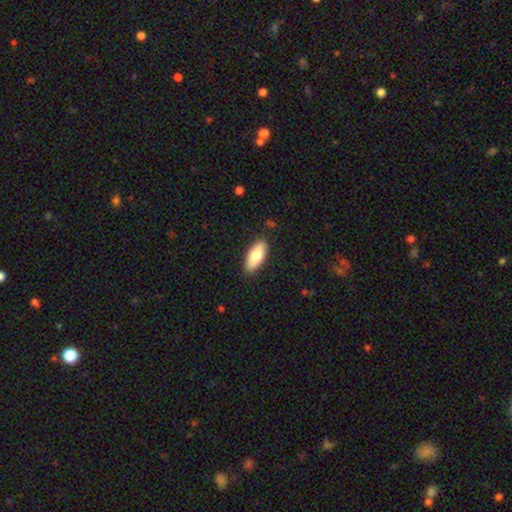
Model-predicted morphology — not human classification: Overall: smooth (77%). How rounded: in between (82%). Merging: none (88%).